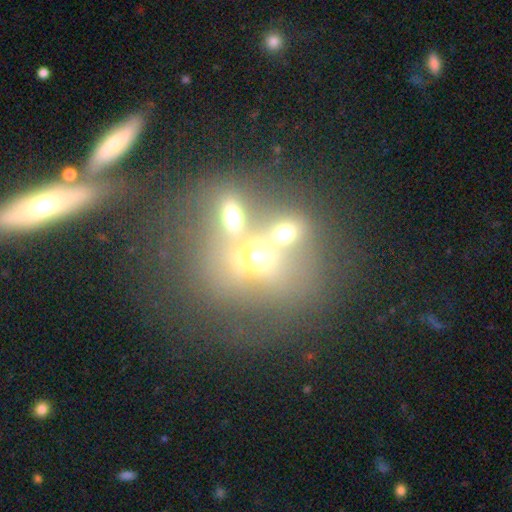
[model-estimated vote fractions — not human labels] Overall: smooth (47%; featured or disk 31%). Merging: merger (52%; none 31%).